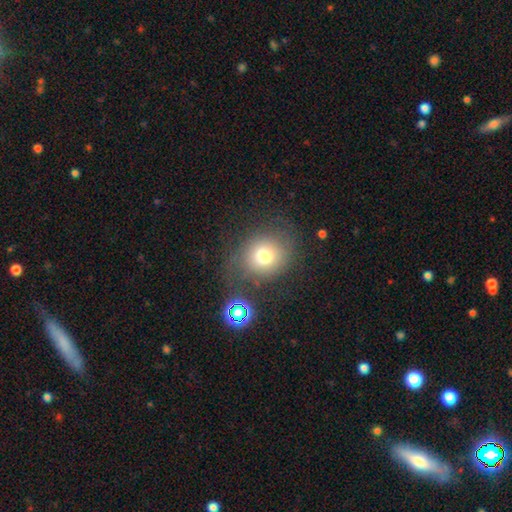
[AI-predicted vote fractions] Smooth or featured: smooth — 65% (star or artifact — 19%)
How rounded: round — 75% (in between — 24%)
Merging: none — 70% (minor disturbance — 16%)